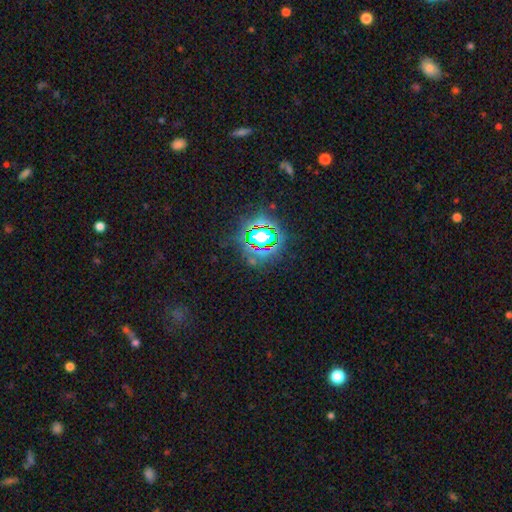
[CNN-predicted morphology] A star or artifact, not a galaxy (79%).